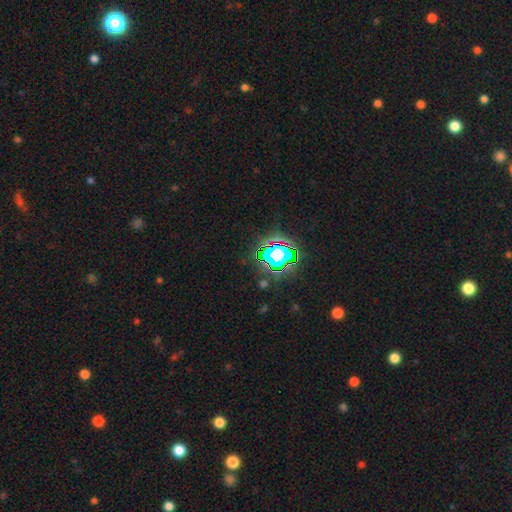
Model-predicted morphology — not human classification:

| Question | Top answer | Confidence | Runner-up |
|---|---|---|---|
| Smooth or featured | star or artifact | 77% | smooth (14%) |